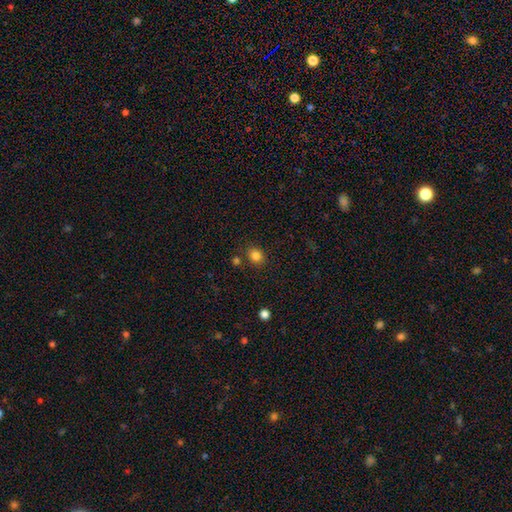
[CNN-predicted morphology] type=smooth (83%); roundness=round (65%); merging=none (81%).